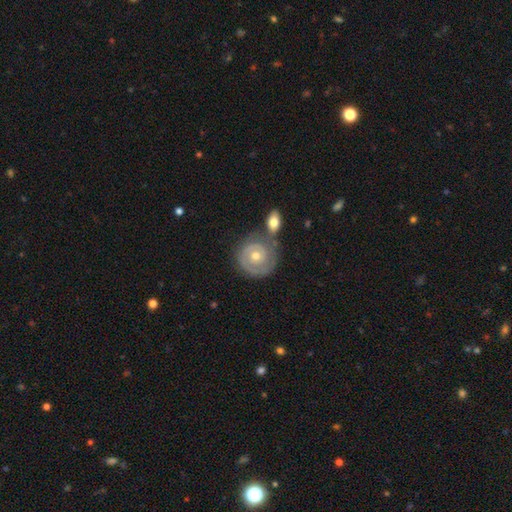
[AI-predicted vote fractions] Smooth or featured: featured or disk — 70% (smooth — 25%)
Edge-on disk: no — 97% (yes — 3%)
Bar: no — 85% (weak — 12%)
Spiral arms: yes — 77% (no — 23%)
Spiral winding: tight — 78% (medium — 16%)
Spiral arm count: 2 — 38% (1 — 28%)
Bulge size: moderate — 60% (small — 35%)
Merging: none — 59% (merger — 18%)